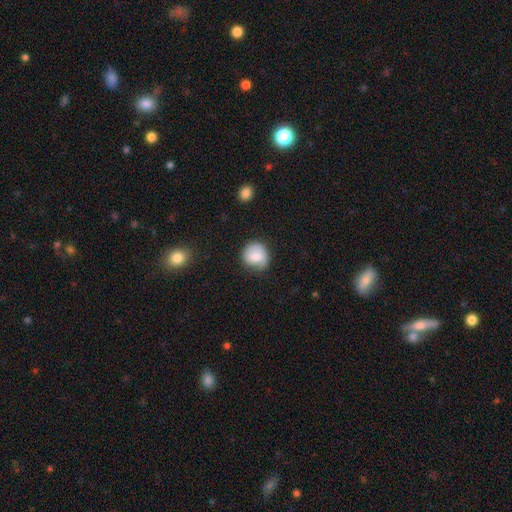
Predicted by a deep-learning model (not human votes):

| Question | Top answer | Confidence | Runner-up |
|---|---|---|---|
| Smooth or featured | smooth | 77% | featured or disk (16%) |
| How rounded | round | 84% | in between (15%) |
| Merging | none | 68% | minor disturbance (24%) |